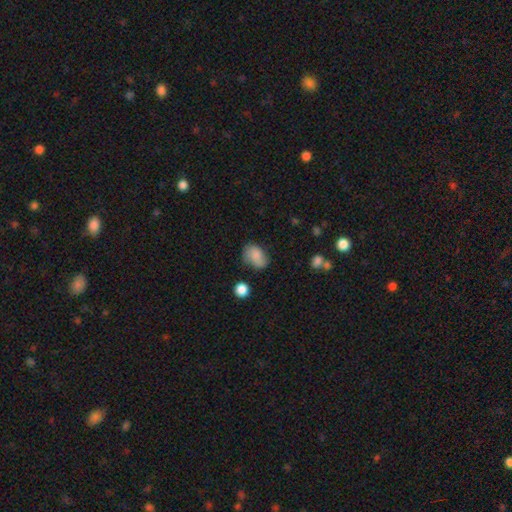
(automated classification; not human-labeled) Smooth or featured?
  - smooth: 78% *
  - featured or disk: 13%
  - star or artifact: 9%
How rounded?
  - in between: 82% *
  - round: 17%
  - cigar-shaped: 1%
Merging?
  - none: 59% *
  - minor disturbance: 28%
  - major disturbance: 9%
  - merger: 4%